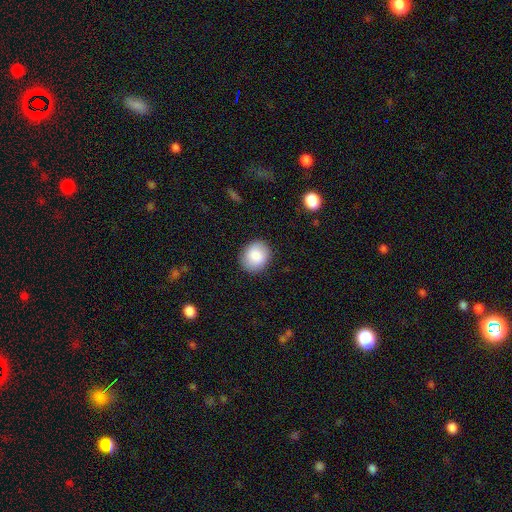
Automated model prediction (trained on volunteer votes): A smooth galaxy with no disk features (87%) that is round (69%). Merging: none (88%).